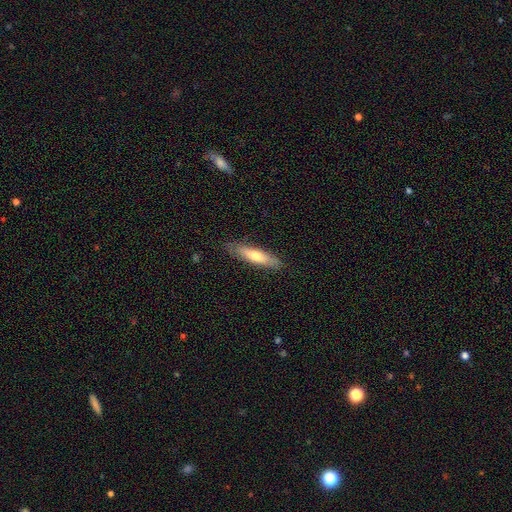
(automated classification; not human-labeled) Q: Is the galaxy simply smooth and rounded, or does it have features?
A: smooth — 64%.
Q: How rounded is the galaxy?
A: cigar-shaped — 72%.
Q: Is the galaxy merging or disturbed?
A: none — 83%.